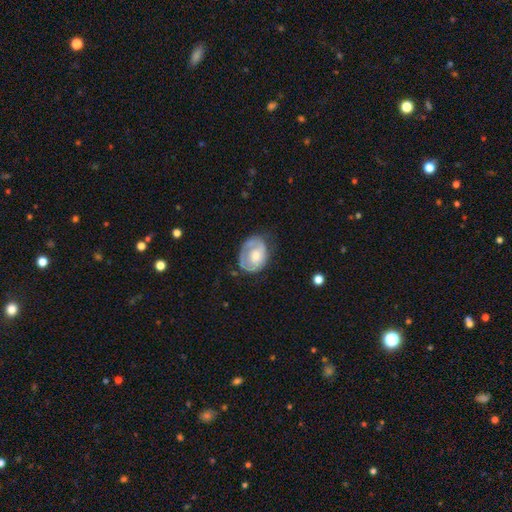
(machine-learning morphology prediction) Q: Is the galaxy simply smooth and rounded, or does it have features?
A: featured or disk — 53%.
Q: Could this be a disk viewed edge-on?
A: no — 96%.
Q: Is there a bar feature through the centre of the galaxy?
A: no — 78%.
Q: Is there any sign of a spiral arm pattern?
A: yes — 59%.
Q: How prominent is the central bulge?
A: moderate — 52%.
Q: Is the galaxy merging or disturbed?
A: none — 54%.